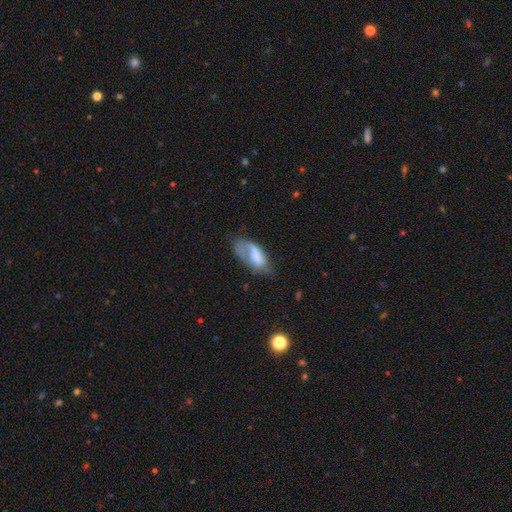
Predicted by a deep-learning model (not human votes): smooth_or_featured: smooth (p=0.60) [alt: featured or disk p=0.32]
how_rounded: in between (p=0.89) [alt: cigar-shaped p=0.08]
merging: major disturbance (p=0.36) [alt: none p=0.31]